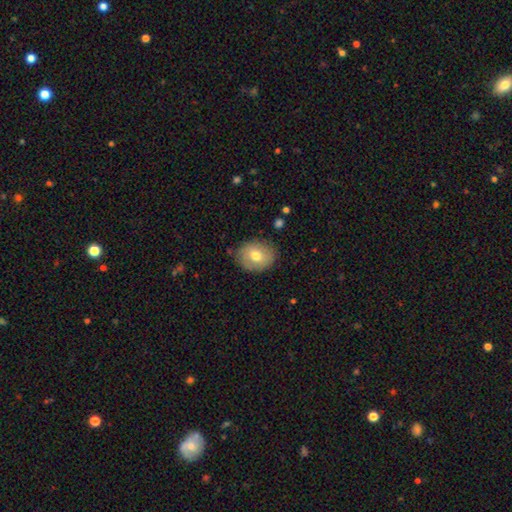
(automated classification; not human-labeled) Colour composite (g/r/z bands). It shows a smooth galaxy with no disk features (71%) that is round (56%). Merging: none (82%).